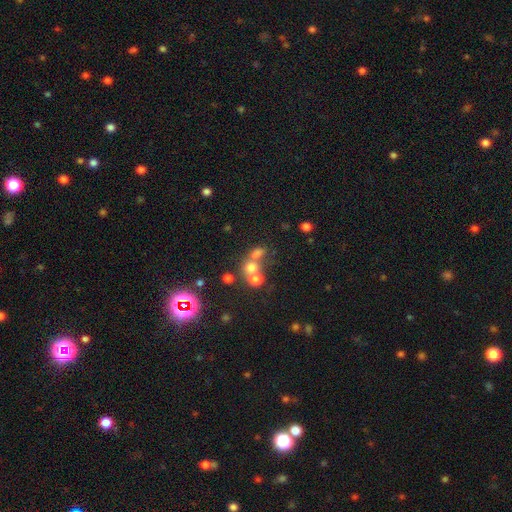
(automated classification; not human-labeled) A smooth galaxy with no disk features (47%).

Vote fractions:
- Smooth or featured? smooth: 47% / star or artifact: 33% / featured or disk: 20%
- Merging? merger: 53% / none: 35% / minor disturbance: 7% / major disturbance: 6%